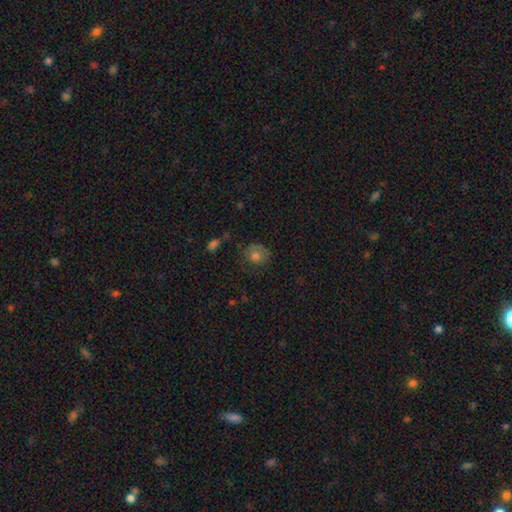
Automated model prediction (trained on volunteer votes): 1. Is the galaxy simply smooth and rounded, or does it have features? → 66% smooth, 21% featured or disk, 13% star or artifact.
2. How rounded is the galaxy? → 70% round, 29% in between, 1% cigar-shaped.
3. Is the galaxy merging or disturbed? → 63% none, 24% minor disturbance, 10% major disturbance, 2% merger.